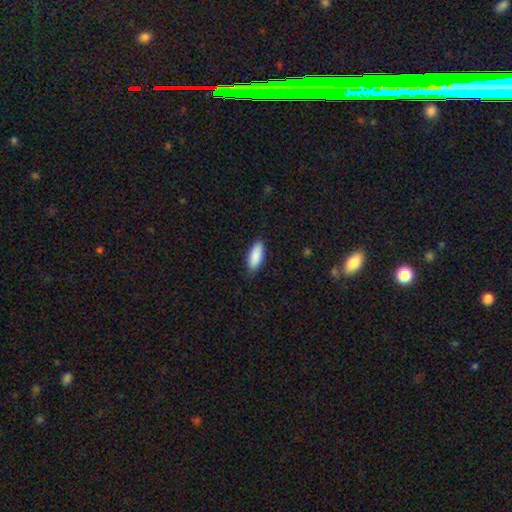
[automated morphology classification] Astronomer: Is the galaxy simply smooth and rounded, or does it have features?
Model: smooth — 90%.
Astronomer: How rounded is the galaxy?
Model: in between — 81%.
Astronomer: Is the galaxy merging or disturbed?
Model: none — 87%.